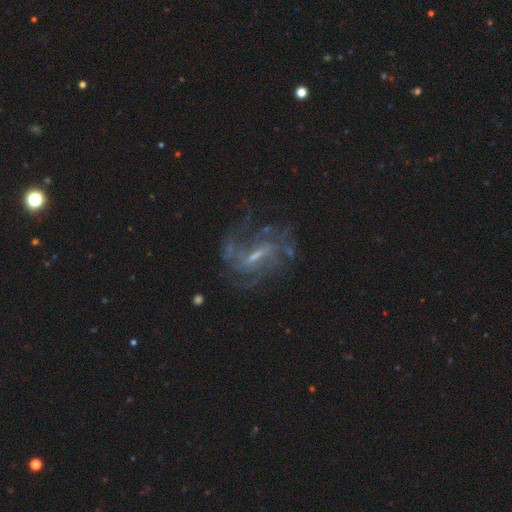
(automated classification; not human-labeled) A featured or disk galaxy (82%) with a weak bar (54%), medium (45%) spiral arms (87%) and a small central bulge (52%). Merging: none (56%).